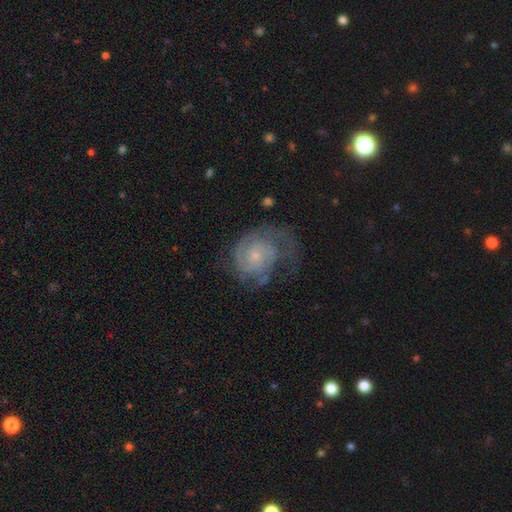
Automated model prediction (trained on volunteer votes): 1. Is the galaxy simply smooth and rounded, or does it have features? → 80% featured or disk, 12% smooth, 8% star or artifact.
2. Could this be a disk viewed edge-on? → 98% no, 2% yes.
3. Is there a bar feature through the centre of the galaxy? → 75% no, 21% weak, 4% strong.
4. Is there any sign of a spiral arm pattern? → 93% yes, 7% no.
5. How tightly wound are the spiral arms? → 57% tight, 33% medium, 10% loose.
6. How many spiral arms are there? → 45% 2, 25% can't tell, 14% 3, 8% 1, 4% 4, 4% more than 4.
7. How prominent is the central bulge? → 74% small, 18% moderate, 5% none, 2% large, 1% dominant.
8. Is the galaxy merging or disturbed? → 56% none, 21% major disturbance, 21% minor disturbance, 2% merger.